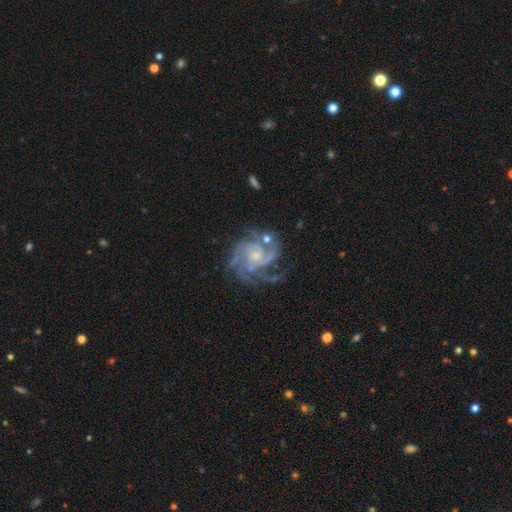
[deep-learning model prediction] This appears to be a featured or disk galaxy (91%) with no bar (68%), 3 (36%) tight (55%) spiral arms (98%) and a small central bulge (44%). Merging: none (63%).